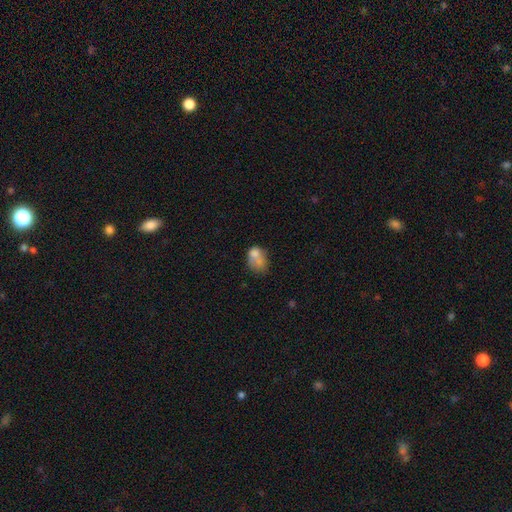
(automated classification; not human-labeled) smooth-or-featured: smooth: 68% | featured or disk: 22% | star or artifact: 10%
  how-rounded: in between: 62% | round: 37% | cigar-shaped: 1%
  merging: merger: 45% | none: 26% | minor disturbance: 16% | major disturbance: 12%